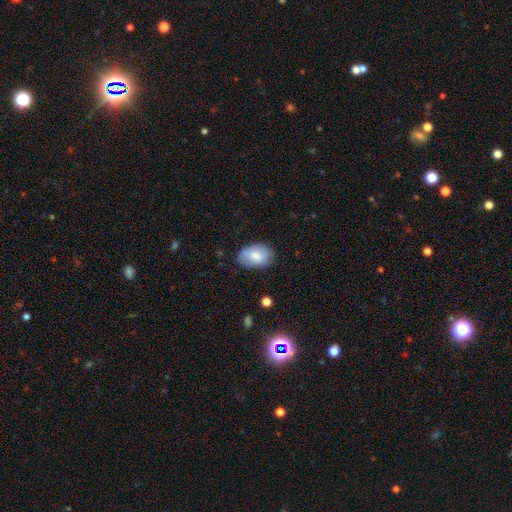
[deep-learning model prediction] This appears to be a smooth galaxy with no disk features (81%) that is in between round and cigar-shaped (88%). Merging: none (78%).